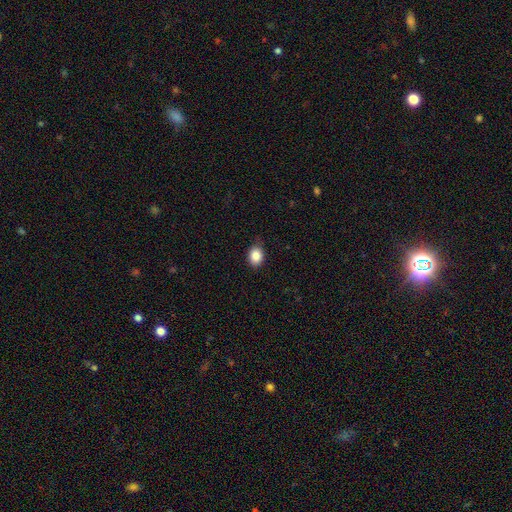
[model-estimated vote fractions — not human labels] This is clearly a smooth galaxy (87%). How rounded: possibly in between (58%). Merging: likely none (79%).